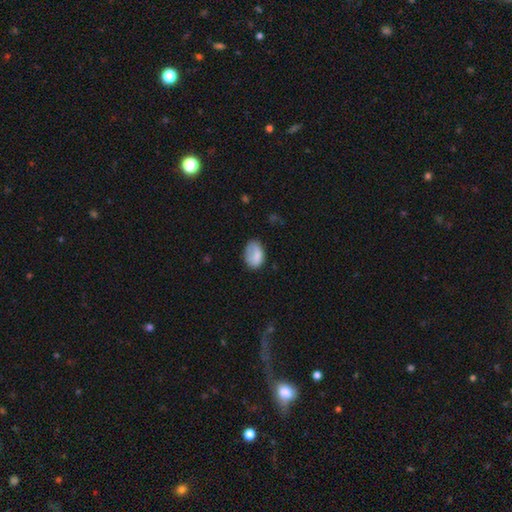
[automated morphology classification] Overall: smooth (78%). How rounded: in between (86%). Merging: none (56%; minor disturbance 29%).